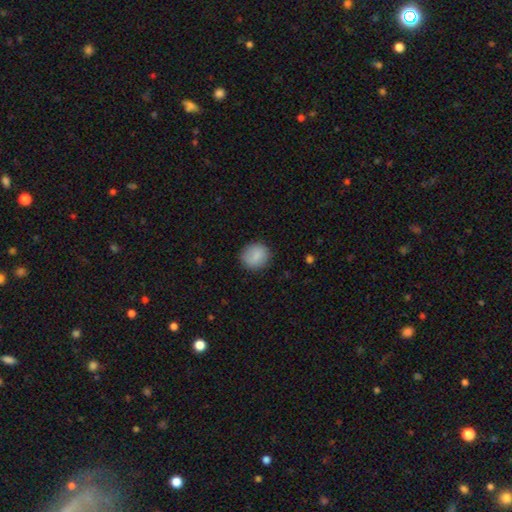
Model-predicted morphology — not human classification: smooth-or-featured: smooth: 85% | featured or disk: 8% | star or artifact: 7%
  how-rounded: round: 80% | in between: 19% | cigar-shaped: 1%
  merging: none: 86% | minor disturbance: 10% | major disturbance: 3% | merger: 1%